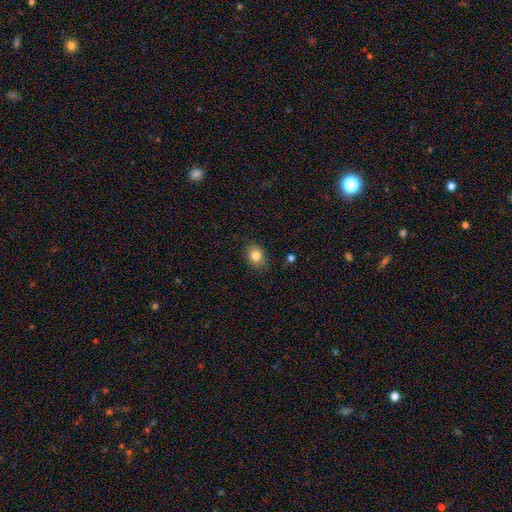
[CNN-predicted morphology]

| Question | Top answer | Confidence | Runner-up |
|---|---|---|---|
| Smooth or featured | smooth | 82% | star or artifact (10%) |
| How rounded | in between | 52% | round (47%) |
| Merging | none | 85% | minor disturbance (11%) |